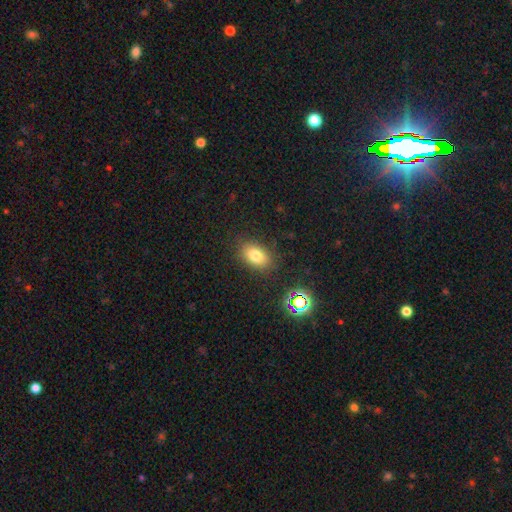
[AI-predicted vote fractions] This appears to be a smooth galaxy with no disk features (77%) that is in between round and cigar-shaped (82%). Merging: none (84%).